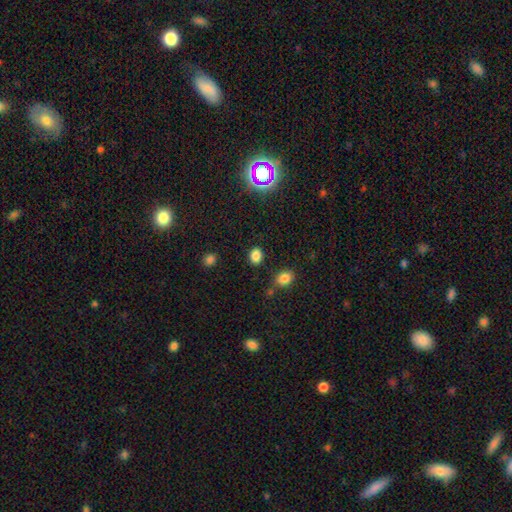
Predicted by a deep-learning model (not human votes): smooth 82%, star or artifact 13%, featured or disk 5%. Down the decision tree: how rounded — in between (62%); merging — none (84%).